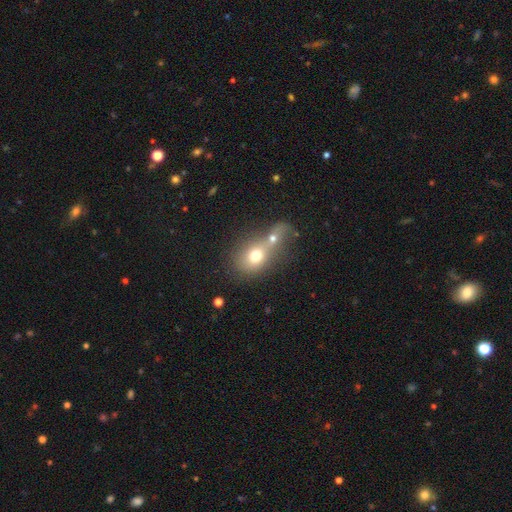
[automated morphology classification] Smooth or featured? Predicted: smooth (p=0.69). How rounded? Predicted: round (p=0.49, tied with in between). Merging? Predicted: merger (p=0.71).